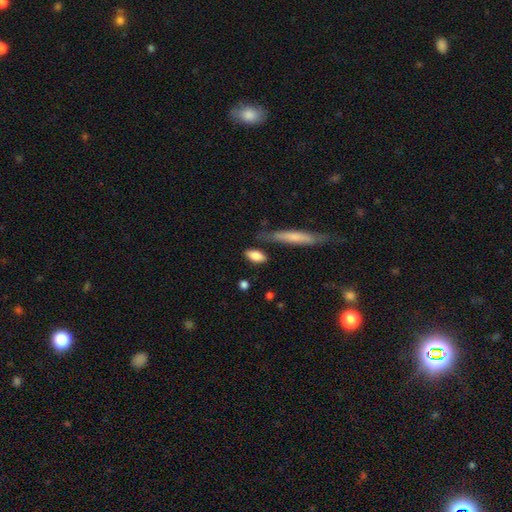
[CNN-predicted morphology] Smooth or featured: smooth — 84% (featured or disk — 10%)
How rounded: in between — 79% (cigar-shaped — 16%)
Merging: none — 71% (minor disturbance — 17%)